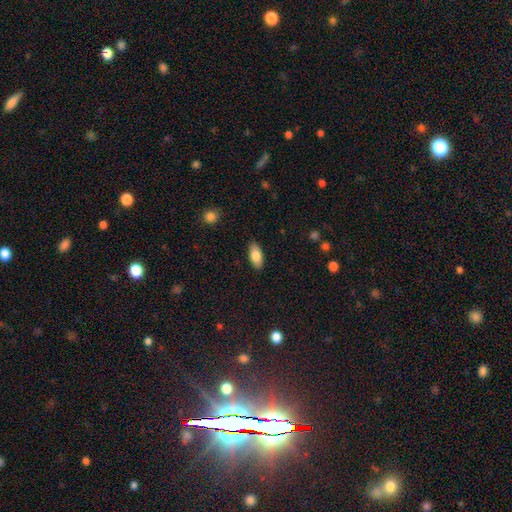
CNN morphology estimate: smooth-or-featured: smooth: 83% | featured or disk: 11% | star or artifact: 7%
  how-rounded: in between: 89% | cigar-shaped: 9% | round: 2%
  merging: none: 88% | minor disturbance: 9% | major disturbance: 2% | merger: 1%